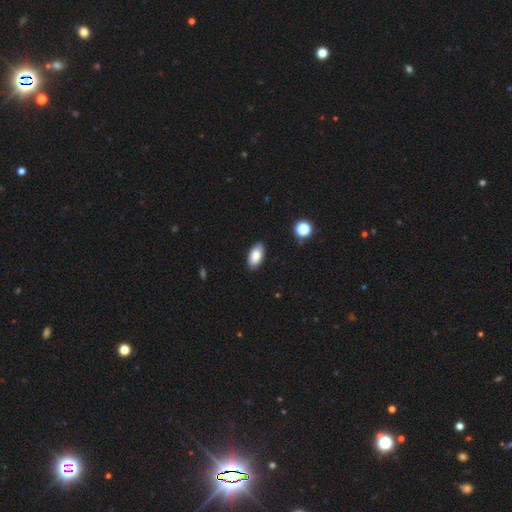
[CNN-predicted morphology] Smooth or featured? Predicted: smooth (p=0.86). How rounded? Predicted: in between (p=0.94). Merging? Predicted: none (p=0.88).